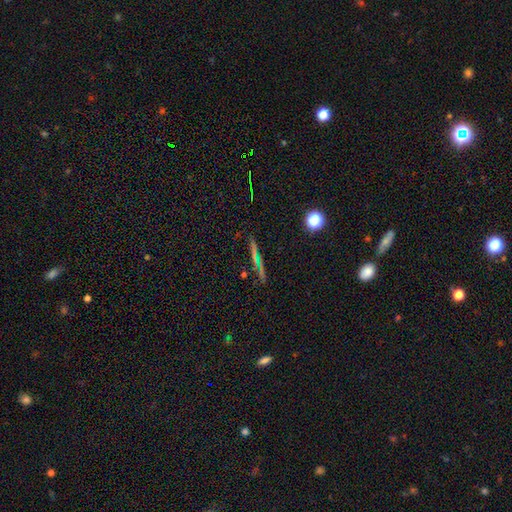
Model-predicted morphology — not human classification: Q: Smooth or featured?
A: featured or disk (35%); runner-up: star or artifact (33%)
Q: Merging?
A: none (88%); runner-up: minor disturbance (7%)